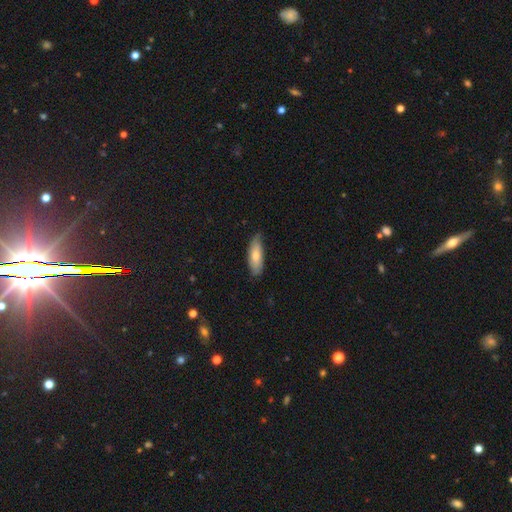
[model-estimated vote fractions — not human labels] Smooth or featured: smooth — 72% (featured or disk — 22%)
How rounded: in between — 68% (cigar-shaped — 31%)
Merging: none — 72% (minor disturbance — 23%)